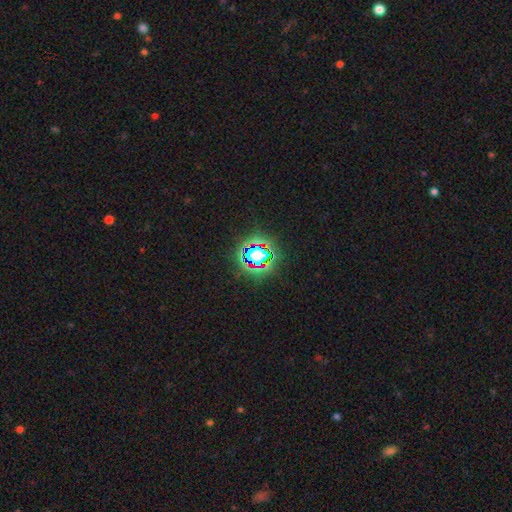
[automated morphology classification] The model was most divided on "smooth or featured": star or artifact: 65%, smooth: 23%, featured or disk: 12%.